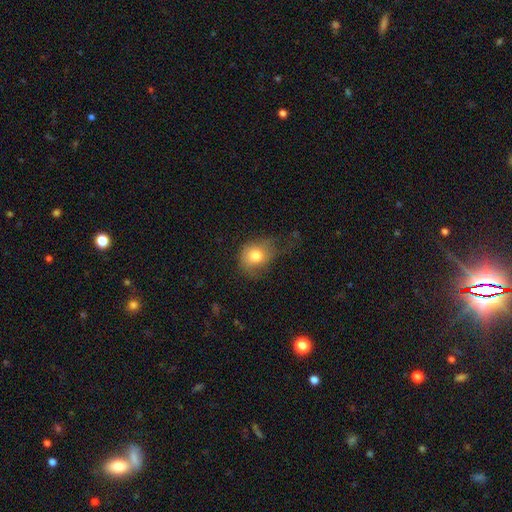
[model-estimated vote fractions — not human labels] A smooth galaxy with no disk features (77%) that is round (57%). Merging: none (41%).